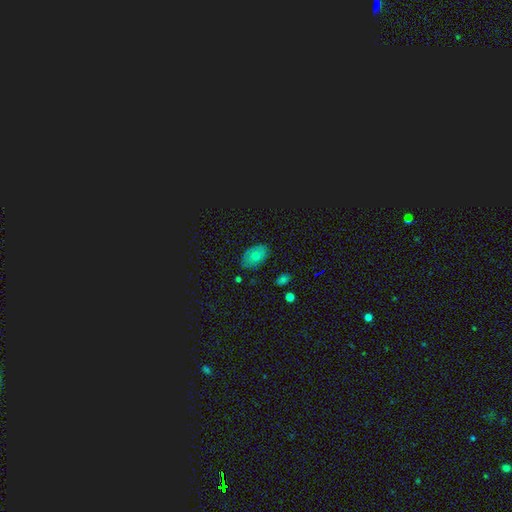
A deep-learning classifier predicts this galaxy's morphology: A smooth galaxy with no disk features (52%) that is in between round and cigar-shaped (81%).

Vote fractions:
- Smooth or featured? smooth: 52% / star or artifact: 27% / featured or disk: 20%
- How rounded? in between: 81% / round: 17% / cigar-shaped: 2%
- Merging? none: 80% / minor disturbance: 15% / major disturbance: 3% / merger: 2%